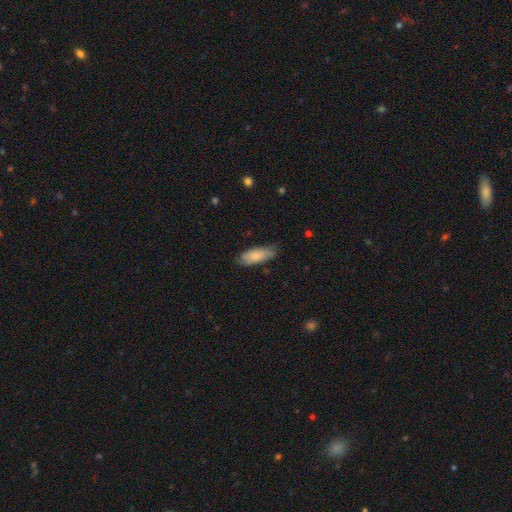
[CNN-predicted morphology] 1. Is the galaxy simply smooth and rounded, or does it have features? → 81% smooth, 14% featured or disk, 6% star or artifact.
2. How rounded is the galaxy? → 73% in between, 26% cigar-shaped, 2% round.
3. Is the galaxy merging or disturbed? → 75% none, 20% minor disturbance, 3% major disturbance, 1% merger.